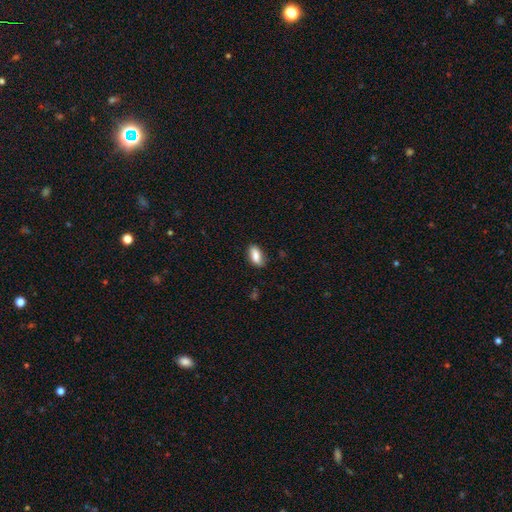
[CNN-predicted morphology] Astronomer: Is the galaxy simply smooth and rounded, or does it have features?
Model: smooth — 81%.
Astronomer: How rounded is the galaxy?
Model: in between — 86%.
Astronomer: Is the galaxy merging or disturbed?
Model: none — 79%.